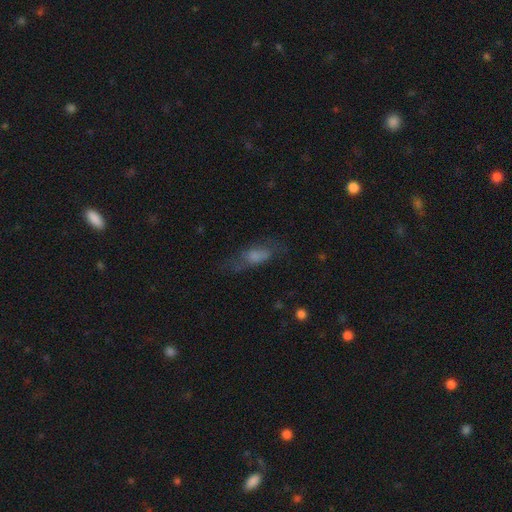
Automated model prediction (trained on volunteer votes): A smooth galaxy with no disk features (50%). Merging: none (61%).